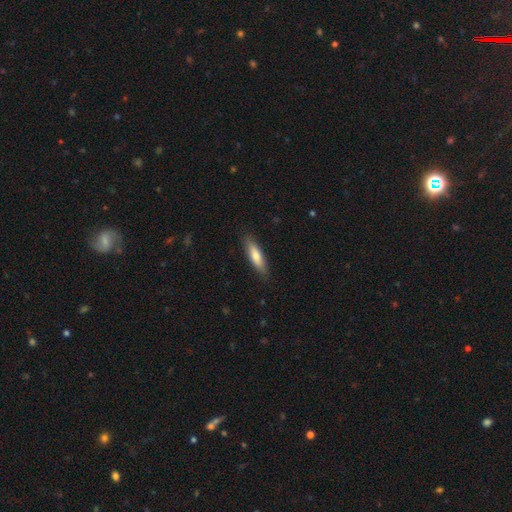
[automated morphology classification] Overall: smooth (73%). How rounded: cigar-shaped (64%; in between 34%). Merging: none (86%).